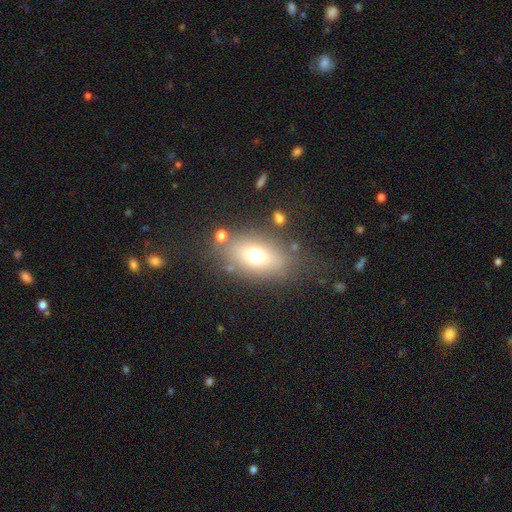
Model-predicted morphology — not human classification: Smooth or featured? smooth (66%)
How rounded? in between (77%)
Merging? none (74%)